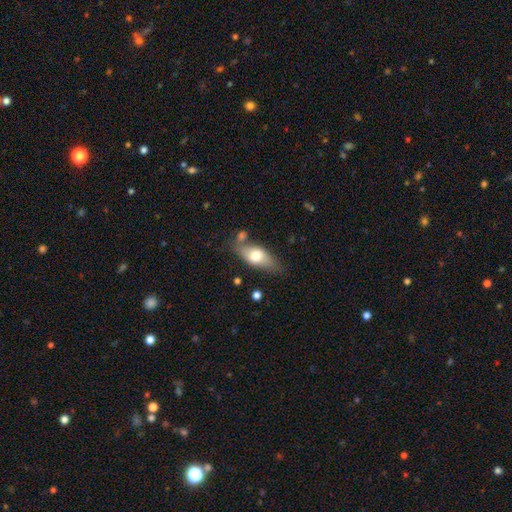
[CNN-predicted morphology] Smooth or featured? smooth (67%)
How rounded? in between (79%)
Merging? none (65%)